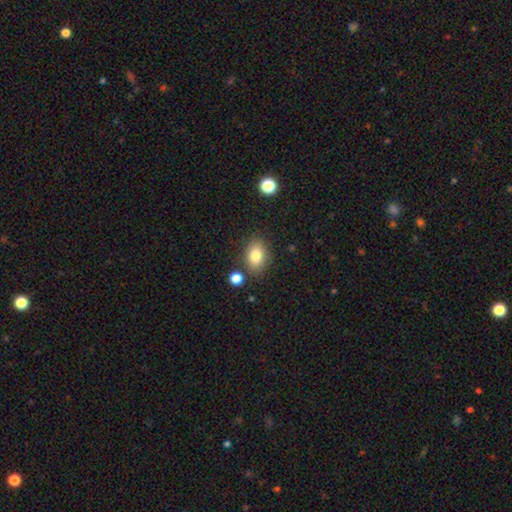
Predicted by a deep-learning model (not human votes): A smooth galaxy with no disk features (81%) that is in between round and cigar-shaped (78%). Merging: none (80%).